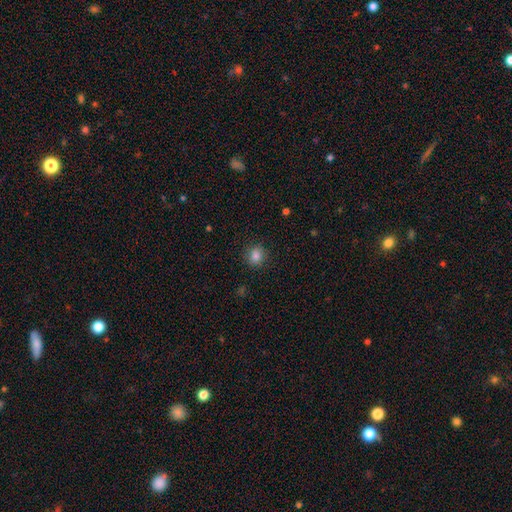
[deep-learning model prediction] This is clearly a smooth galaxy (83%). How rounded: clearly round (84%). Merging: clearly none (89%).